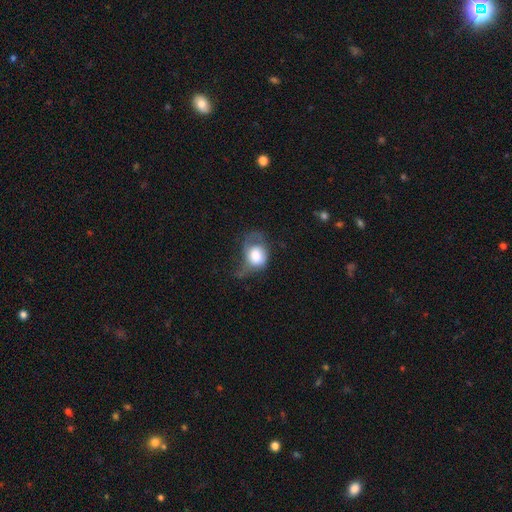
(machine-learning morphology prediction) smooth 66%, featured or disk 26%, star or artifact 8%. Down the decision tree: how rounded — in between (52%); merging — major disturbance (47%).